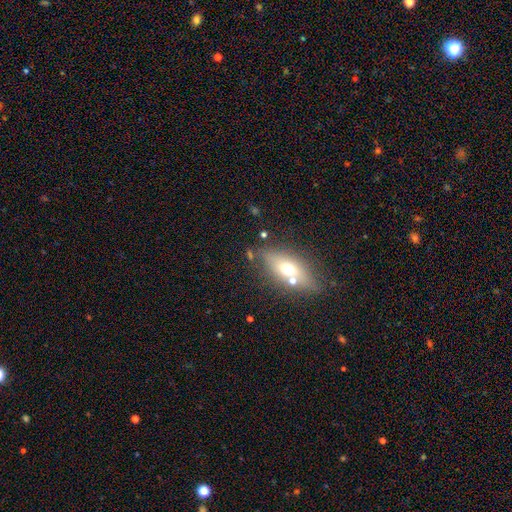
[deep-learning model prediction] smooth 47%, featured or disk 38%, star or artifact 15%. Down the decision tree: merging — none (70%).